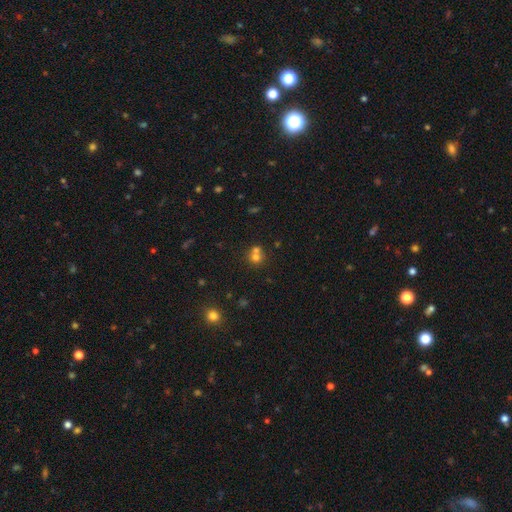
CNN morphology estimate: smooth 66%, star or artifact 18%, featured or disk 16%. Down the decision tree: how rounded — round (84%); merging — merger (51%).